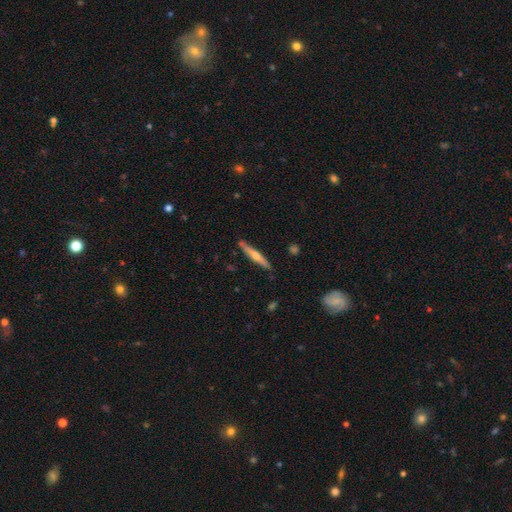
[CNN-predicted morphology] Smooth or featured? featured or disk (52%)
Edge-on disk? yes (96%)
Merging? none (86%)